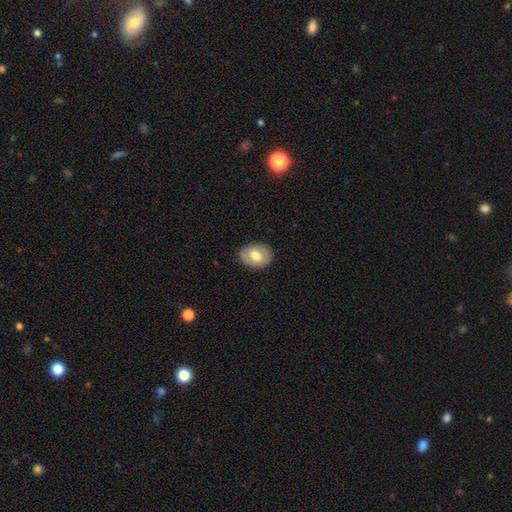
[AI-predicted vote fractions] Q: Smooth or featured?
A: smooth (72%); runner-up: featured or disk (21%)
Q: How rounded?
A: in between (60%); runner-up: round (39%)
Q: Merging?
A: none (88%); runner-up: minor disturbance (9%)